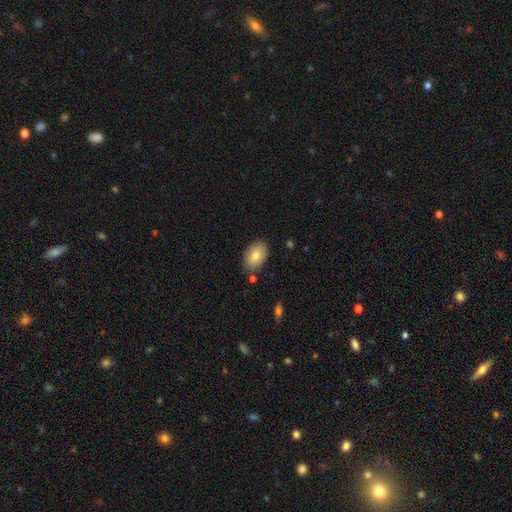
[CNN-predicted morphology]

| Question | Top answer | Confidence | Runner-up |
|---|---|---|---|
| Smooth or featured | smooth | 81% | featured or disk (12%) |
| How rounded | in between | 89% | round (10%) |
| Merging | none | 81% | minor disturbance (13%) |